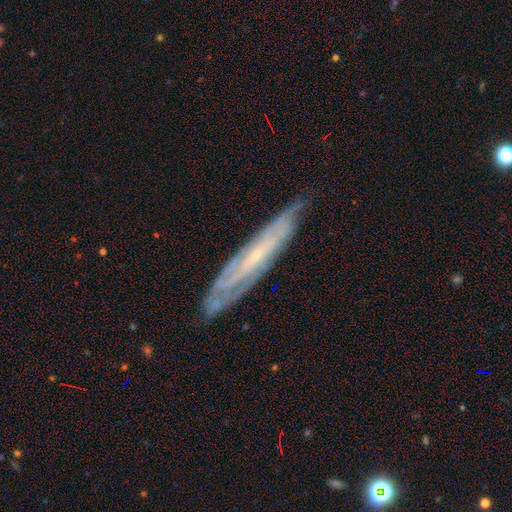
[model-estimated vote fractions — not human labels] This appears to be a featured or disk galaxy (79%). Merging: none (76%).